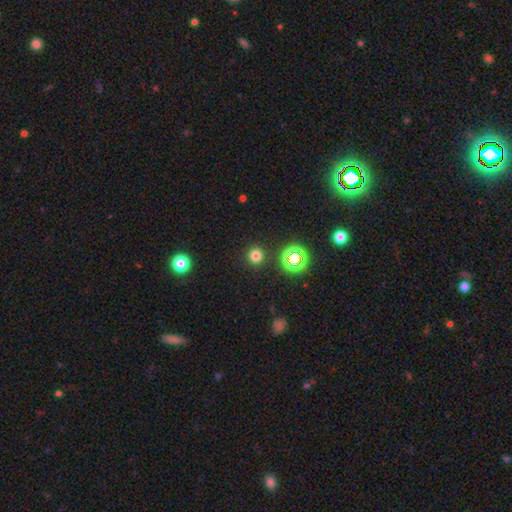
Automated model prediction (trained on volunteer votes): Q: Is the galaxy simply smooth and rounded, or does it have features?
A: smooth — 74%.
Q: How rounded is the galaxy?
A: round — 91%.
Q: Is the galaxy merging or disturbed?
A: none — 91%.